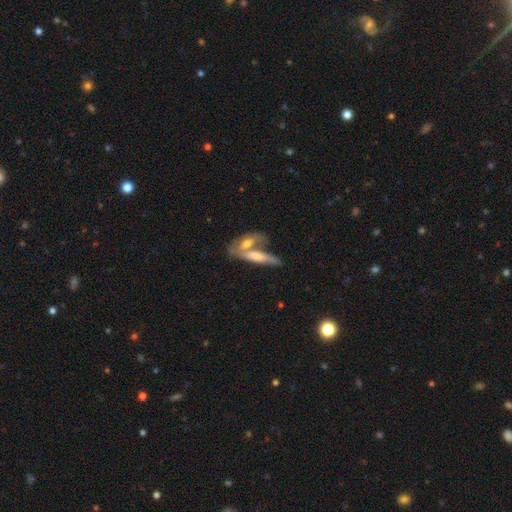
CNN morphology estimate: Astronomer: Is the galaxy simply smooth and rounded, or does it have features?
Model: featured or disk — 46%, tied with smooth at 46%.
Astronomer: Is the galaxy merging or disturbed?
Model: merger — 54% (runner-up: none, 31%).